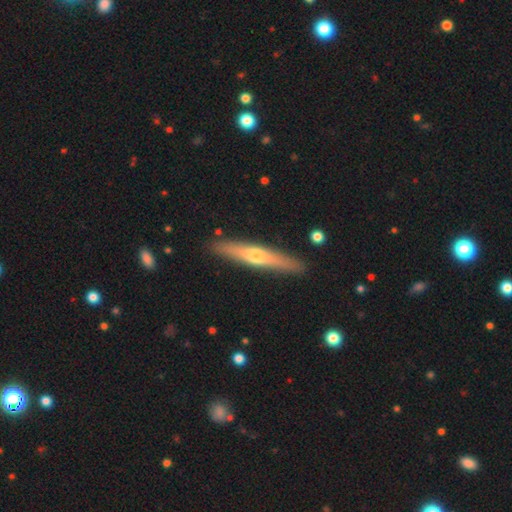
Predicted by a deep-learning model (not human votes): smooth_or_featured: featured or disk (p=0.54) [alt: smooth p=0.41]
disk_edge_on: yes (p=0.94) [alt: no p=0.06]
edge_on_bulge: rounded (p=0.84) [alt: none p=0.12]
merging: none (p=0.90) [alt: minor disturbance p=0.07]